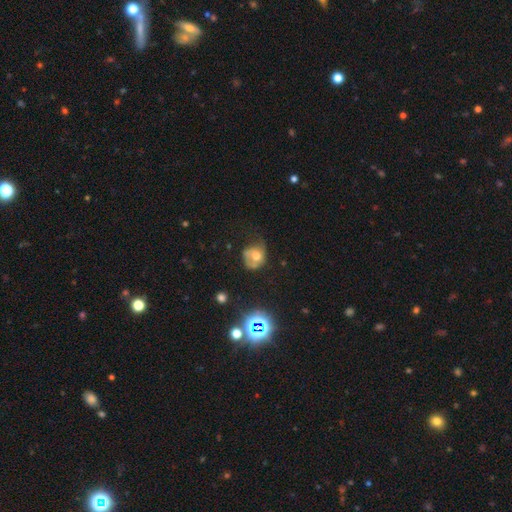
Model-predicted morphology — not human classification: Overall: smooth (56%; featured or disk 29%). How rounded: round (64%; in between 35%). Merging: minor disturbance (34%; none 33%).